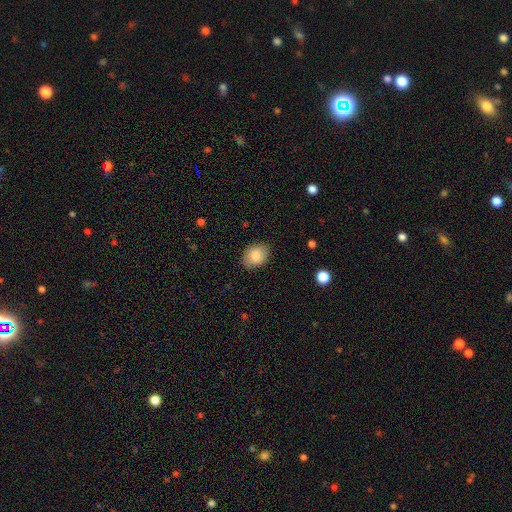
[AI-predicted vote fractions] Smooth or featured: smooth — 82% (featured or disk — 10%)
How rounded: in between — 59% (round — 40%)
Merging: none — 83% (minor disturbance — 13%)